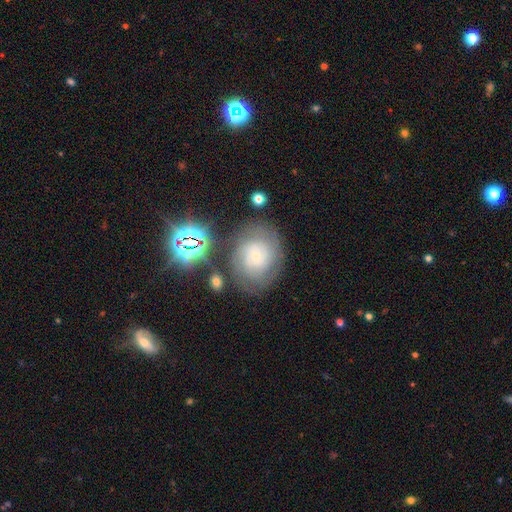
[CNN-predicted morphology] type=featured or disk (58%); edge-on=no (97%); bar=no (79%); spiral arms=yes (85%); bulge=small (81%); merging=none (69%).